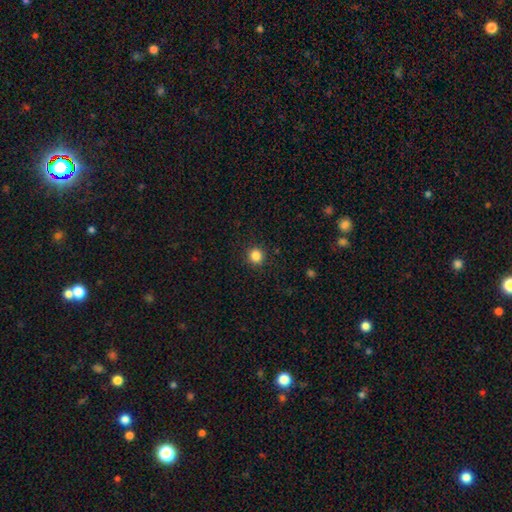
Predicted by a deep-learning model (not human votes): smooth 85%, star or artifact 12%, featured or disk 3%. Down the decision tree: how rounded — round (92%); merging — none (91%).